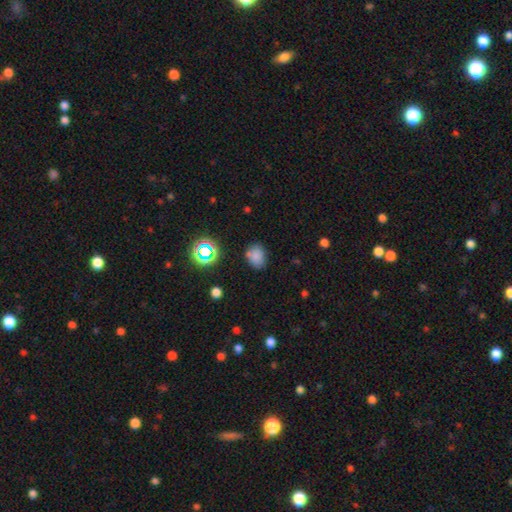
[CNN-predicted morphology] This is likely a smooth galaxy (74%). How rounded: likely in between (62%). Merging: likely none (71%).